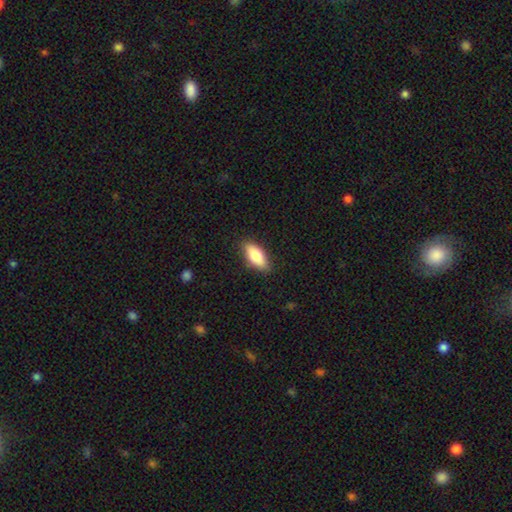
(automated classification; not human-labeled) Smooth or featured?
  - smooth: 82% *
  - featured or disk: 12%
  - star or artifact: 6%
How rounded?
  - in between: 79% *
  - cigar-shaped: 19%
  - round: 2%
Merging?
  - none: 86% *
  - minor disturbance: 10%
  - major disturbance: 2%
  - merger: 1%